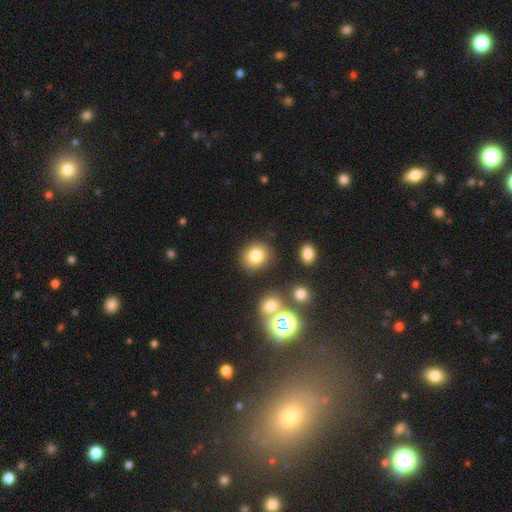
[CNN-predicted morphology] smooth_or_featured: smooth (p=0.80) [alt: star or artifact p=0.12]
how_rounded: round (p=0.75) [alt: in between p=0.24]
merging: none (p=0.82) [alt: minor disturbance p=0.09]